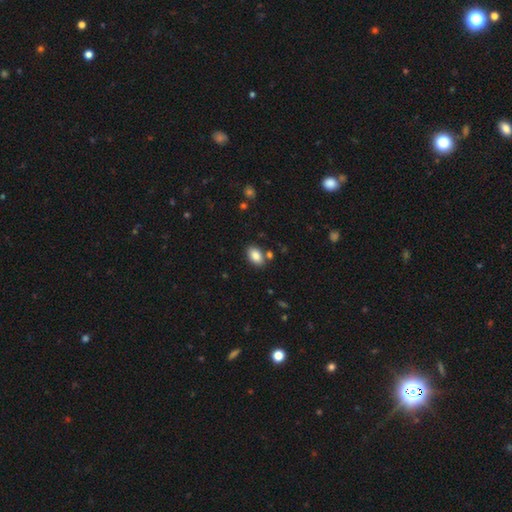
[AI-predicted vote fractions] smooth 86%, star or artifact 8%, featured or disk 6%. Down the decision tree: how rounded — in between (91%); merging — none (80%).